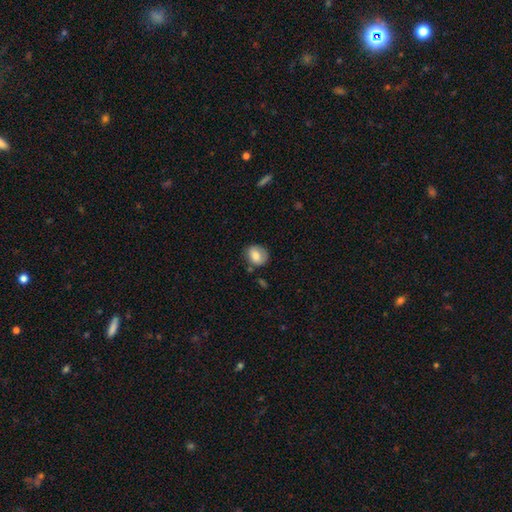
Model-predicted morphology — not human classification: A smooth galaxy with no disk features (75%) that is round (62%). Merging: none (68%).